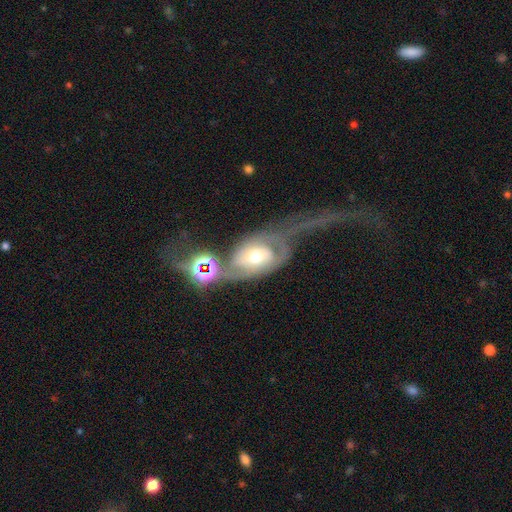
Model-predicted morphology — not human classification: Smooth or featured?
  - featured or disk: 73% *
  - smooth: 18%
  - star or artifact: 9%
Edge-on disk?
  - no: 94% *
  - yes: 6%
Bar?
  - no: 65% *
  - weak: 25%
  - strong: 10%
Spiral arms?
  - yes: 83% *
  - no: 17%
Spiral winding?
  - medium: 37% * (tied)
  - loose: 37% * (tied)
  - tight: 26%
Spiral arm count?
  - 2: 69% *
  - can't tell: 13%
  - 1: 12%
  - 3: 3%
  - 4: 1%
  - more than 4: 1%
Bulge size?
  - moderate: 66% *
  - small: 17%
  - large: 13%
  - dominant: 2%
  - none: 1%
Merging?
  - major disturbance: 38% *
  - none: 26%
  - merger: 21%
  - minor disturbance: 16%